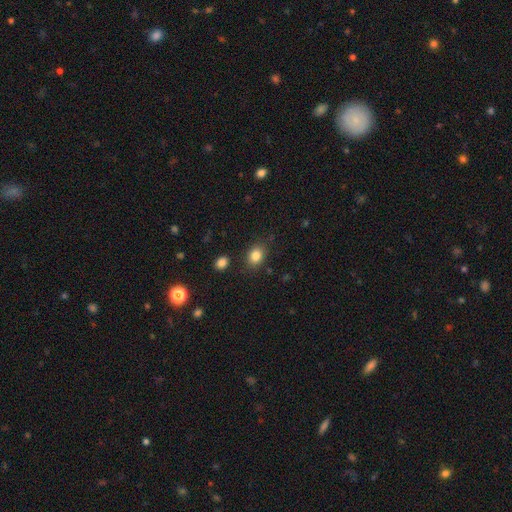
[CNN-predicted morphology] The model was most divided on "how rounded": in between: 60%, round: 38%, cigar-shaped: 1%. More confident: smooth or featured — smooth (83%); merging — none (81%).